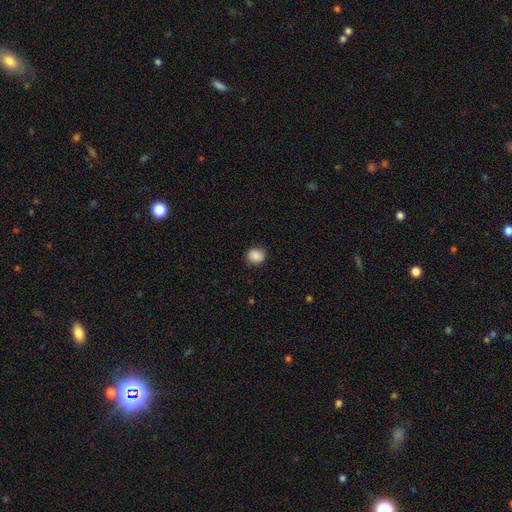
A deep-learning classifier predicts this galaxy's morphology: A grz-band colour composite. It shows a smooth galaxy with no disk features (87%) that is round (79%). Merging: none (85%).